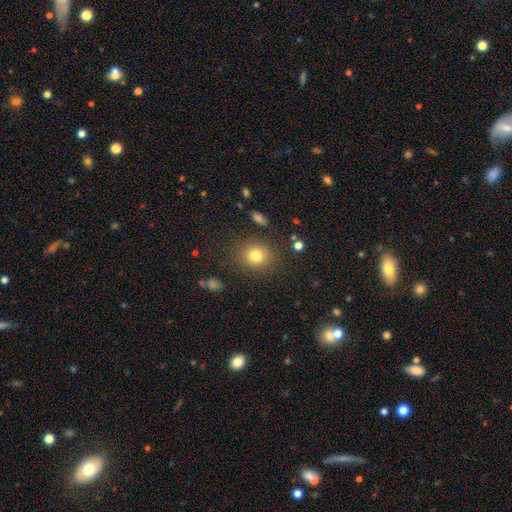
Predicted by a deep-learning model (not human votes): smooth-or-featured: smooth: 79% | star or artifact: 13% | featured or disk: 9%
  how-rounded: round: 77% | in between: 22% | cigar-shaped: 1%
  merging: none: 83% | minor disturbance: 10% | major disturbance: 4% | merger: 2%